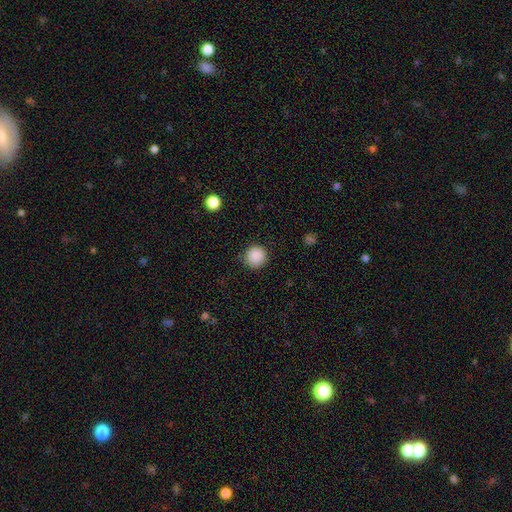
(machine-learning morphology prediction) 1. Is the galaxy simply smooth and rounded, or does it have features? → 88% smooth, 9% star or artifact, 3% featured or disk.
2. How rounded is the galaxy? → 94% round, 5% in between, 1% cigar-shaped.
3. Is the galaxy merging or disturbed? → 88% none, 9% minor disturbance, 3% major disturbance, 1% merger.